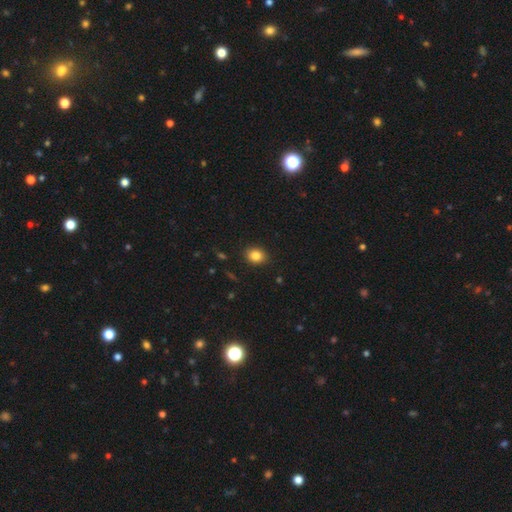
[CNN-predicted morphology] smooth_or_featured: smooth (p=0.84) [alt: star or artifact p=0.10]
how_rounded: round (p=0.51) [alt: in between p=0.48]
merging: none (p=0.89) [alt: minor disturbance p=0.08]